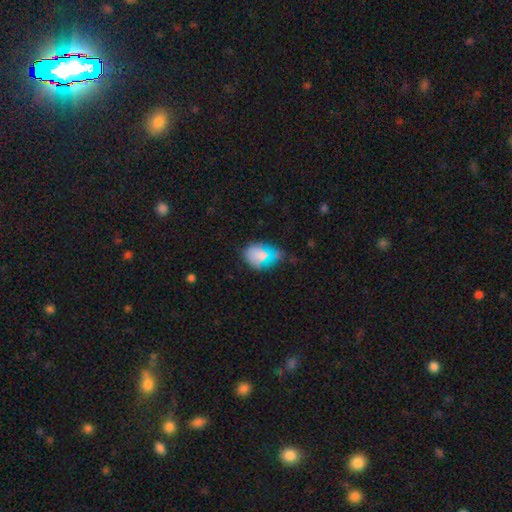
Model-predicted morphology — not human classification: Q: Smooth or featured?
A: smooth (72%); runner-up: star or artifact (15%)
Q: How rounded?
A: in between (70%); runner-up: round (29%)
Q: Merging?
A: none (45%); runner-up: minor disturbance (31%)